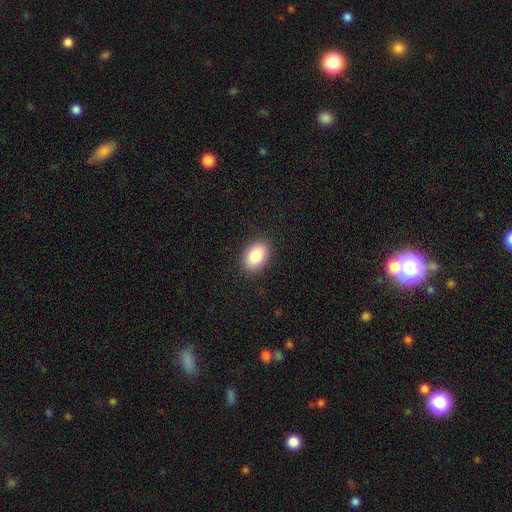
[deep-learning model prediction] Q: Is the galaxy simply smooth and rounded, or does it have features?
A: smooth — 87%.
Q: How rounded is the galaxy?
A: in between — 88%.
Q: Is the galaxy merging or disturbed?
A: none — 88%.